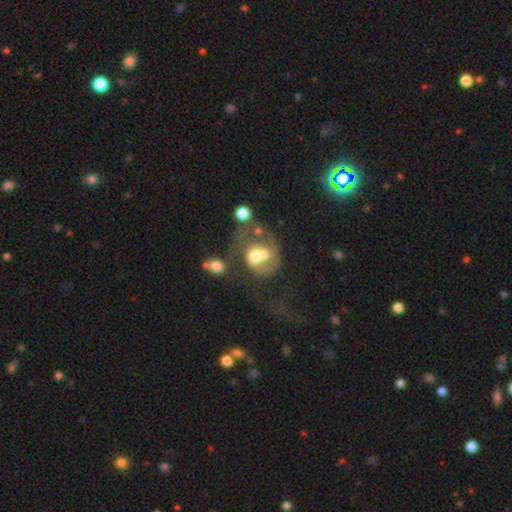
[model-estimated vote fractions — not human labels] Smooth or featured? featured or disk (54%)
Edge-on disk? no (97%)
Bar? no (78%)
Spiral arms? no (62%)
Bulge size? moderate (52%)
Merging? merger (50%)